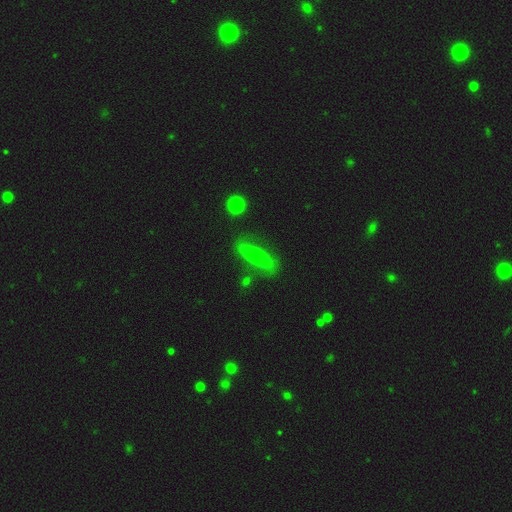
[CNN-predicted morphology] Smooth or featured? Predicted: featured or disk (p=0.53). Edge-on disk? Predicted: yes (p=0.50, tied with no). Merging? Predicted: none (p=0.72).